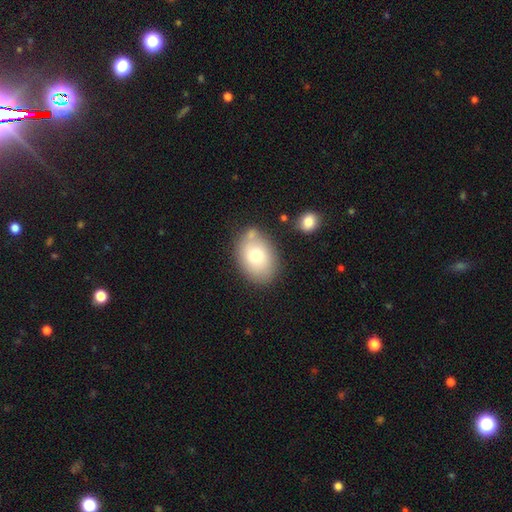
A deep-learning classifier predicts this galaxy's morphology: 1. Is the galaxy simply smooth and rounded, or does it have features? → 75% smooth, 17% featured or disk, 8% star or artifact.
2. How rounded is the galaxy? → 78% in between, 21% round, 1% cigar-shaped.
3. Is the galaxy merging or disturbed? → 71% none, 16% minor disturbance, 9% merger, 4% major disturbance.